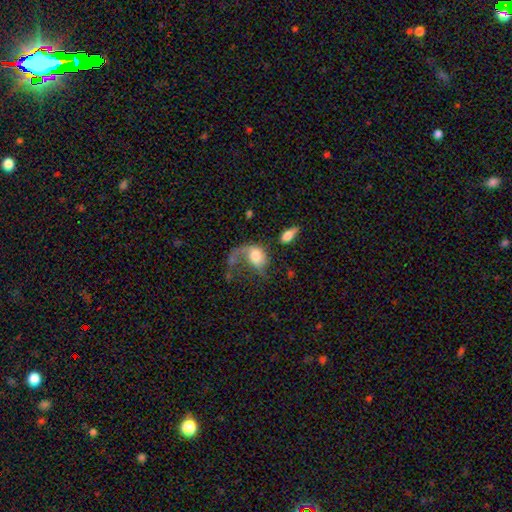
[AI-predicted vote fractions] Smooth or featured? featured or disk (47%)
Merging? major disturbance (56%)